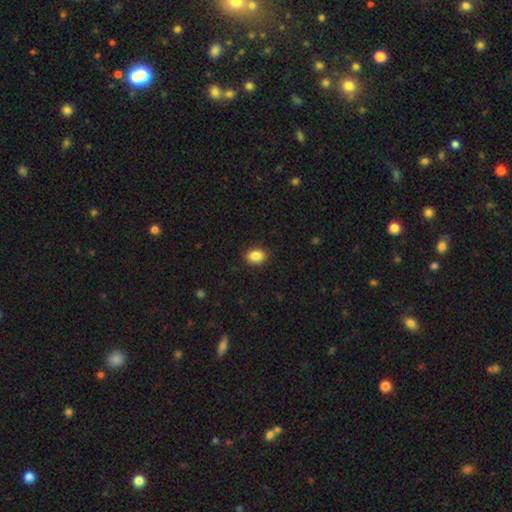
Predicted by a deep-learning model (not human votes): Smooth or featured: smooth — 87% (star or artifact — 9%)
How rounded: in between — 71% (round — 28%)
Merging: none — 90% (minor disturbance — 7%)